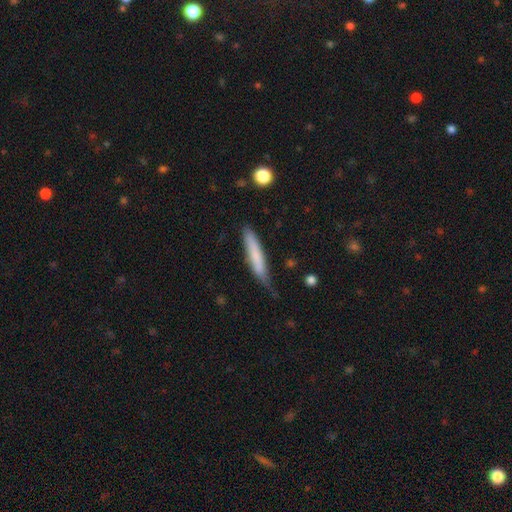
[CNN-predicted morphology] The model was most divided on "merging": none: 62%, minor disturbance: 29%, major disturbance: 6%, merger: 2%. More confident: how rounded — cigar-shaped (92%); smooth or featured — smooth (71%).